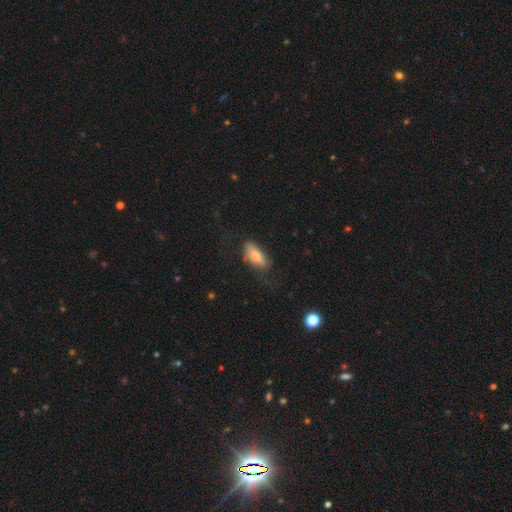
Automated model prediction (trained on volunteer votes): The model was most divided on "merging": none: 51%, minor disturbance: 28%, major disturbance: 18%, merger: 2%. More confident: how rounded — in between (79%); smooth or featured — smooth (74%).